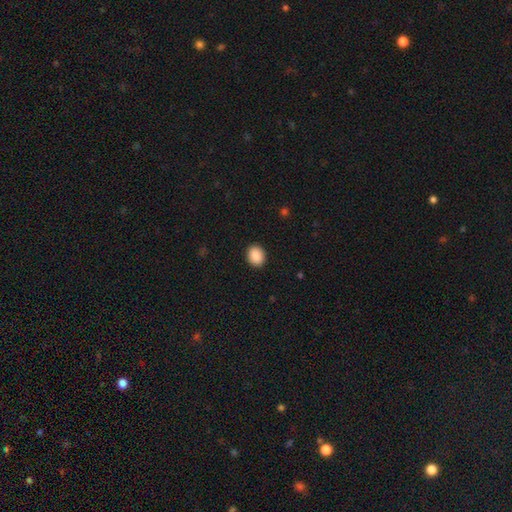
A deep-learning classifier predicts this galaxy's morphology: This is clearly a smooth galaxy (90%). How rounded: possibly round (52%). Merging: clearly none (91%).